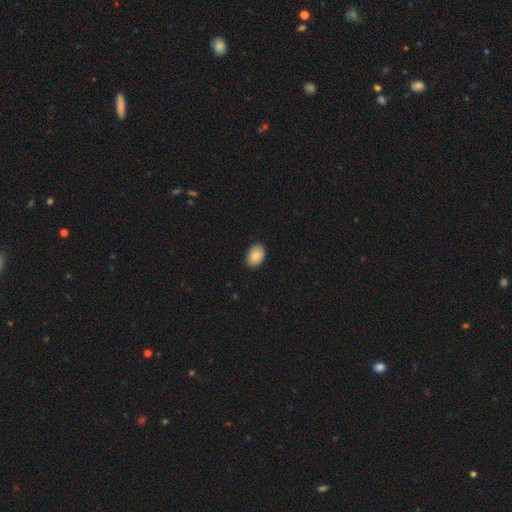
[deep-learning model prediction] The model was most divided on "how rounded": in between: 86%, round: 13%, cigar-shaped: 1%. More confident: smooth or featured — smooth (90%); merging — none (87%).